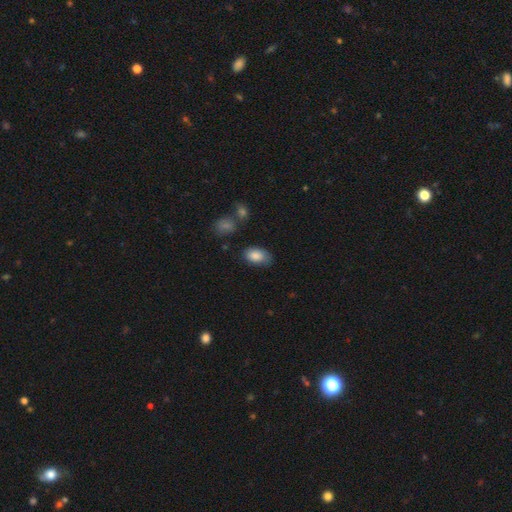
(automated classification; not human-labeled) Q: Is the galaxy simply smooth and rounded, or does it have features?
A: smooth — 86%.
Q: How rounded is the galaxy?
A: in between — 92%.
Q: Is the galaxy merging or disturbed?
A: none — 68%.